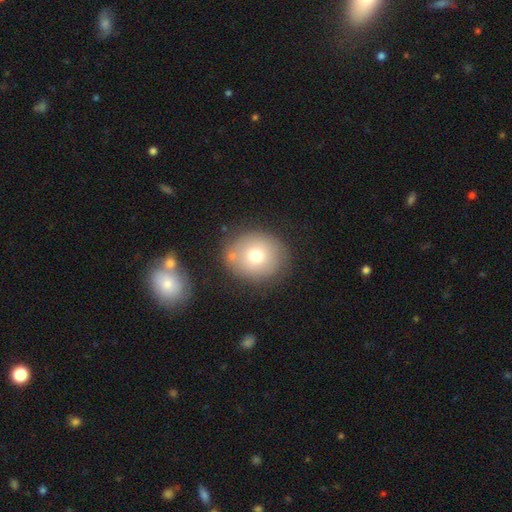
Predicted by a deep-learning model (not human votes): A smooth galaxy with no disk features (72%) that is round (80%).

Vote fractions:
- Smooth or featured? smooth: 72% / featured or disk: 18% / star or artifact: 10%
- How rounded? round: 80% / in between: 19% / cigar-shaped: 1%
- Merging? none: 74% / minor disturbance: 14% / merger: 8% / major disturbance: 4%